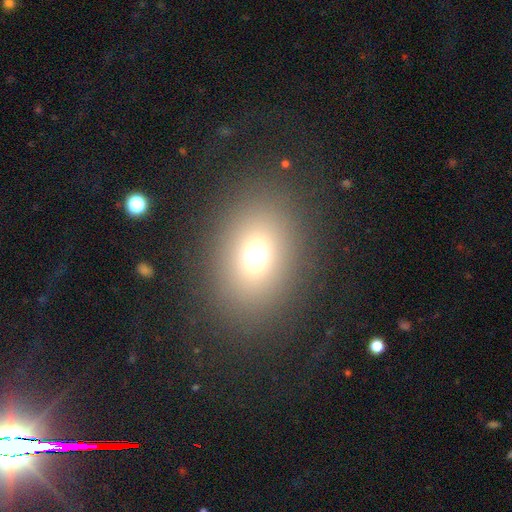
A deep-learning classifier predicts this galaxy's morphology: Smooth or featured? Predicted: smooth (p=0.70). How rounded? Predicted: in between (p=0.58). Merging? Predicted: none (p=0.86).